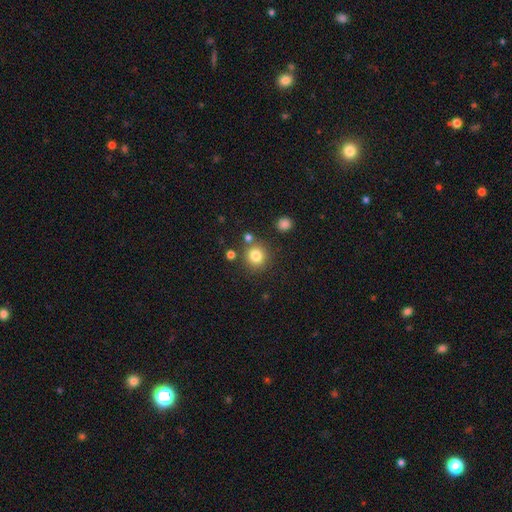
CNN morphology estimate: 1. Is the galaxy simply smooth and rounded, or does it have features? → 82% smooth, 12% star or artifact, 7% featured or disk.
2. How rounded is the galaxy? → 90% round, 9% in between, 1% cigar-shaped.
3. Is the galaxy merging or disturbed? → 81% none, 8% minor disturbance, 8% merger, 3% major disturbance.